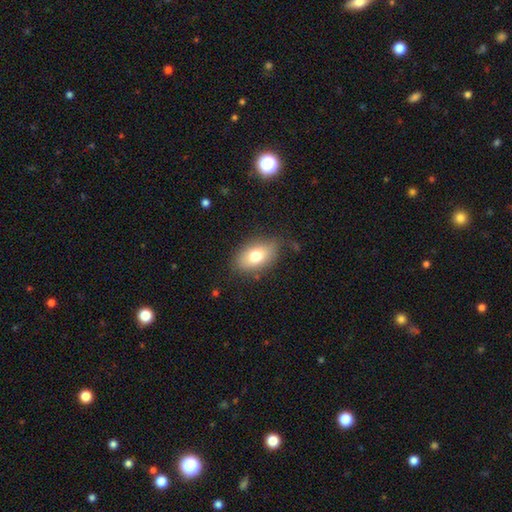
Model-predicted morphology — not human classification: Q: Smooth or featured?
A: smooth (75%); runner-up: featured or disk (17%)
Q: How rounded?
A: in between (88%); runner-up: round (10%)
Q: Merging?
A: none (76%); runner-up: minor disturbance (18%)